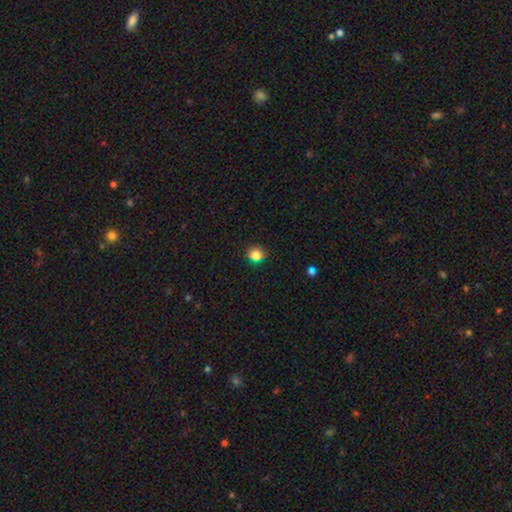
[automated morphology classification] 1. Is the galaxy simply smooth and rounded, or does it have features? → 82% smooth, 14% star or artifact, 5% featured or disk.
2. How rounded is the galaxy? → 85% round, 14% in between, 1% cigar-shaped.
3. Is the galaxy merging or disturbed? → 84% none, 11% minor disturbance, 3% merger, 3% major disturbance.